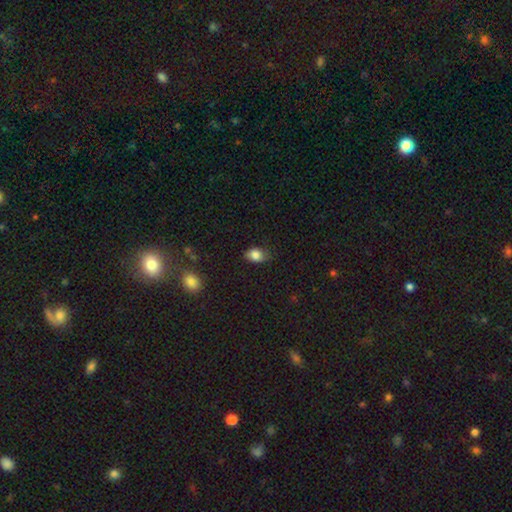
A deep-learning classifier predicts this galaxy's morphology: Overall: smooth (83%). How rounded: in between (77%). Merging: none (69%).